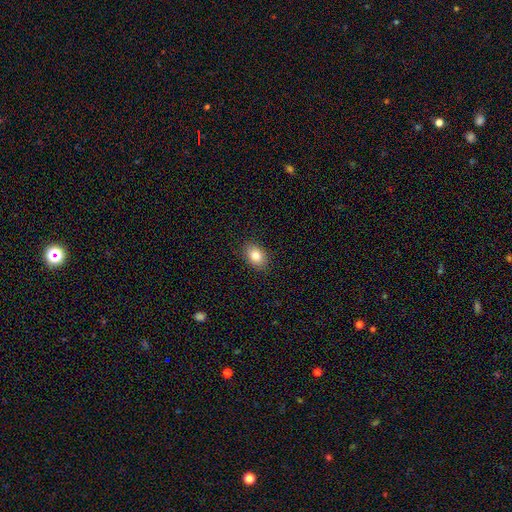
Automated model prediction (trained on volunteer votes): Smooth or featured? Predicted: smooth (p=0.83). How rounded? Predicted: in between (p=0.78). Merging? Predicted: none (p=0.88).